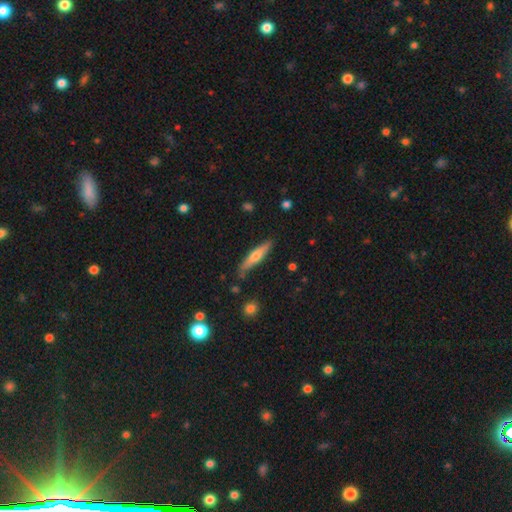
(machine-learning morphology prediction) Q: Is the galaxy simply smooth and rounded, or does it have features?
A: smooth — 49%.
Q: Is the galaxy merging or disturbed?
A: none — 82%.